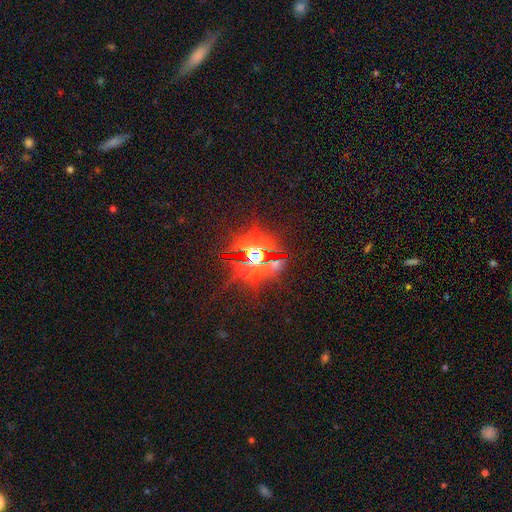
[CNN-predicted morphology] Smooth or featured: star or artifact — 76% (smooth — 13%)